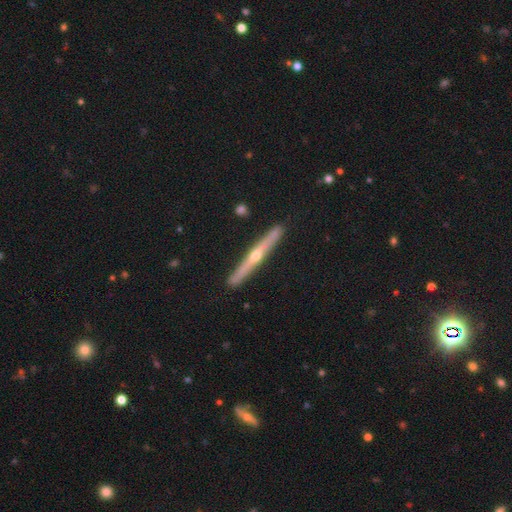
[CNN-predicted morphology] Smooth or featured: featured or disk — 75% (smooth — 19%)
Edge-on disk: yes — 97% (no — 3%)
Edge-on bulge: rounded — 86% (none — 12%)
Merging: none — 91% (minor disturbance — 7%)